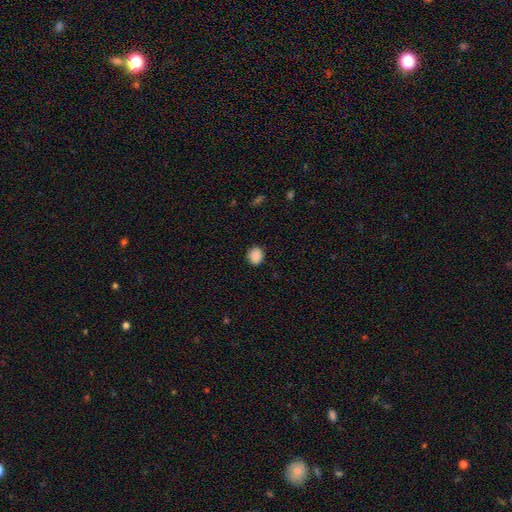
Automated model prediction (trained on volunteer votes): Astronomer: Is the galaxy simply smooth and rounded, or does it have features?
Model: smooth — 88%.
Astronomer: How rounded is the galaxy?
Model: round — 72%.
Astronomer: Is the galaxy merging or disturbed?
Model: none — 87%.